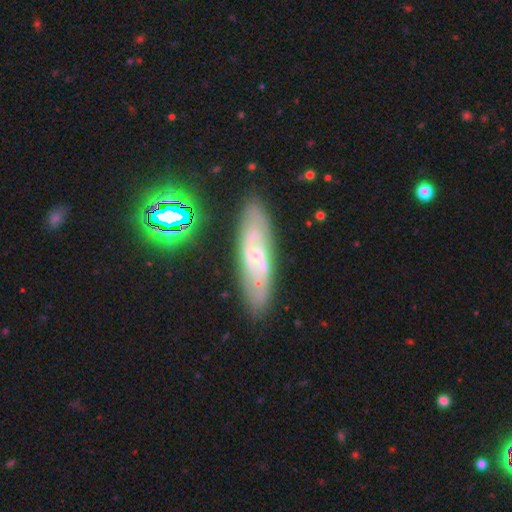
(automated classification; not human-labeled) A featured or disk galaxy (69%) with a weak bar (49%), spiral arms (77%) and a small central bulge (59%).

Vote fractions:
- Smooth or featured? featured or disk: 69% / smooth: 21% / star or artifact: 10%
- Edge-on disk? no: 76% / yes: 24%
- Bar? weak: 49% / no: 29% / strong: 22%
- Spiral arms? yes: 77% / no: 23%
- Bulge size? small: 59% / moderate: 25% / none: 13% / large: 2% / dominant: 1%
- Merging? none: 80% / minor disturbance: 14% / major disturbance: 4% / merger: 3%